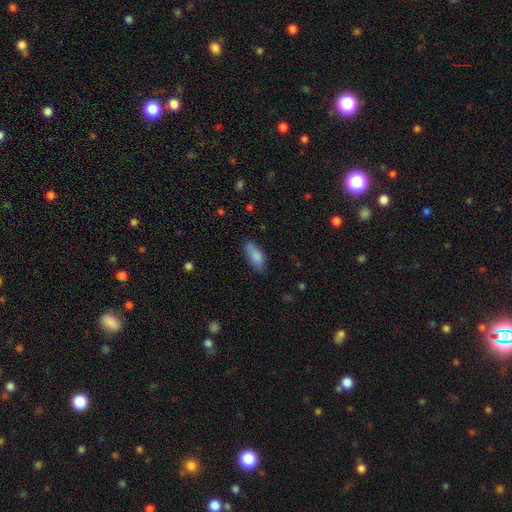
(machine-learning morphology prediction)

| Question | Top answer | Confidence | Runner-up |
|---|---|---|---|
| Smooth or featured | smooth | 84% | featured or disk (10%) |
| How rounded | in between | 80% | cigar-shaped (18%) |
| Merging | none | 70% | minor disturbance (23%) |